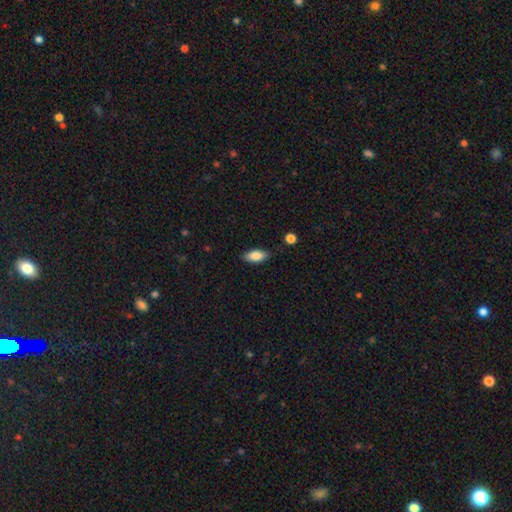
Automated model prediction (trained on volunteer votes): This is clearly a smooth galaxy (84%). How rounded: clearly in between (88%). Merging: clearly none (83%).